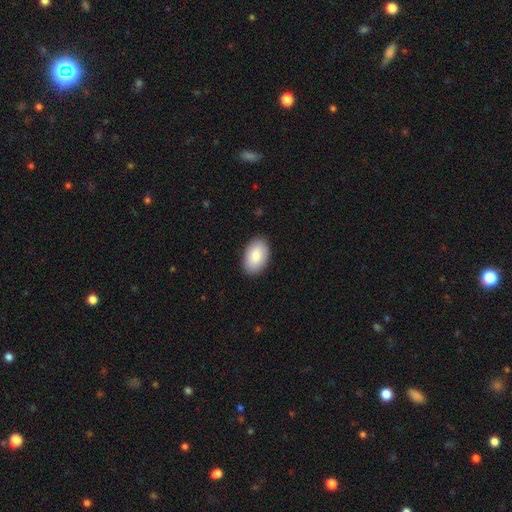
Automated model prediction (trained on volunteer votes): Q: Smooth or featured?
A: smooth (84%); runner-up: featured or disk (10%)
Q: How rounded?
A: in between (92%); runner-up: round (7%)
Q: Merging?
A: none (88%); runner-up: minor disturbance (9%)